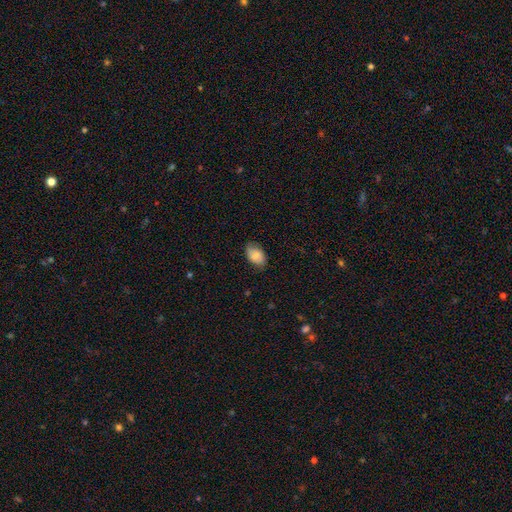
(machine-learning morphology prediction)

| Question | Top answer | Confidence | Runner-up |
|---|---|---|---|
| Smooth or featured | smooth | 79% | featured or disk (14%) |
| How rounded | in between | 89% | round (9%) |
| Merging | none | 75% | minor disturbance (20%) |